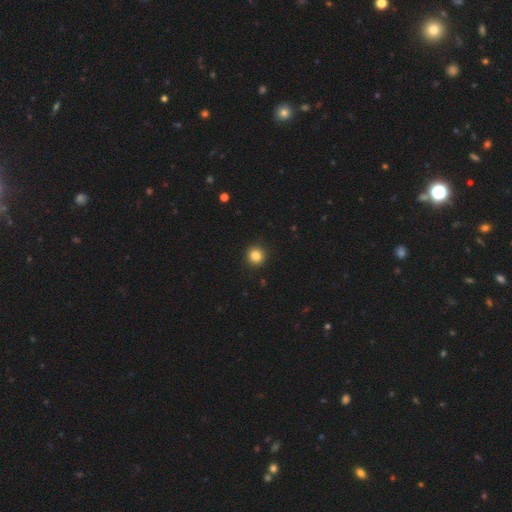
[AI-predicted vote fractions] A smooth galaxy with no disk features (84%) that is round (94%).

Vote fractions:
- Smooth or featured? smooth: 84% / star or artifact: 11% / featured or disk: 5%
- How rounded? round: 94% / in between: 5% / cigar-shaped: 1%
- Merging? none: 93% / minor disturbance: 5% / major disturbance: 2% / merger: 1%